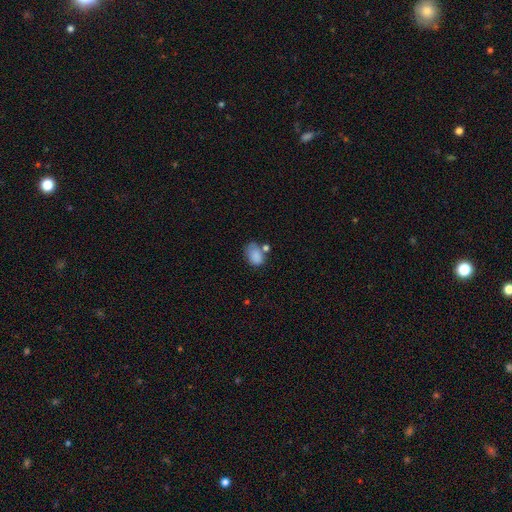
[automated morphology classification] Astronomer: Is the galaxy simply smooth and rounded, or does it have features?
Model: smooth — 81%.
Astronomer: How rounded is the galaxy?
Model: in between — 73%.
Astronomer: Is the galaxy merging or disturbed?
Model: none — 44% (runner-up: minor disturbance, 24%).